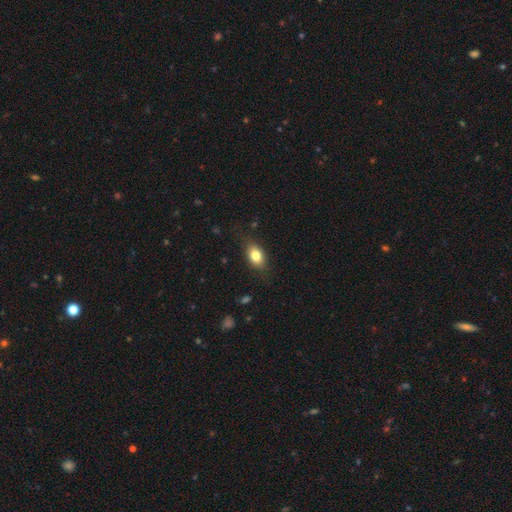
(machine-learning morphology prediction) Overall: smooth (80%). How rounded: in between (83%). Merging: none (80%).